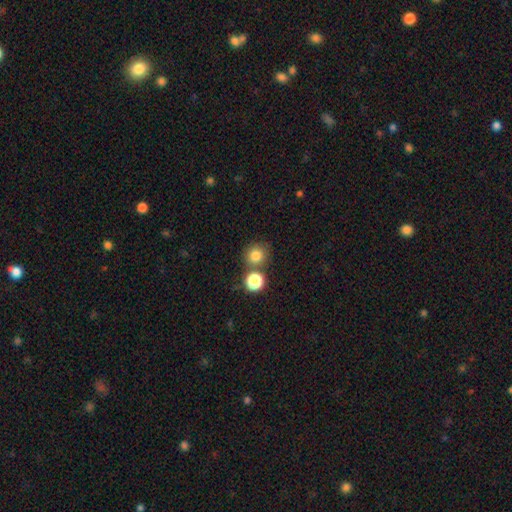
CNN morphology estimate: This is likely a smooth galaxy (79%). How rounded: clearly round (89%). Merging: likely none (70%).